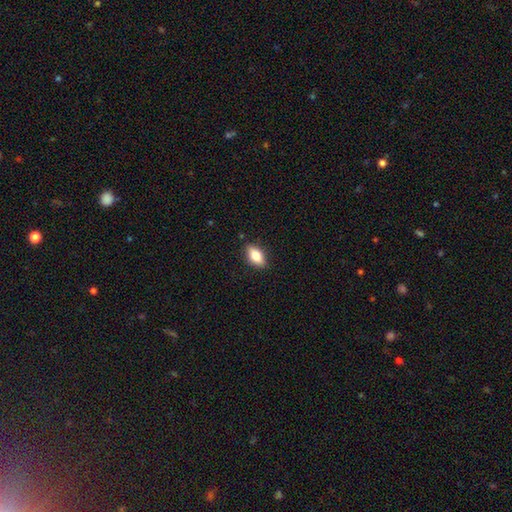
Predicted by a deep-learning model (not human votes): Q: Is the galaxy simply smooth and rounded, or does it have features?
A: smooth — 76%.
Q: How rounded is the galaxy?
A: in between — 87%.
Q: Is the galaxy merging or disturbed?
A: none — 87%.